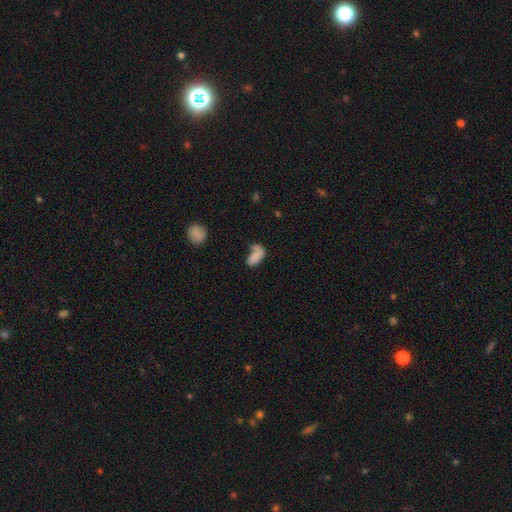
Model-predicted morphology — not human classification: smooth_or_featured: smooth (p=0.75) [alt: featured or disk p=0.15]
how_rounded: in between (p=0.90) [alt: round p=0.05]
merging: none (p=0.34) [alt: major disturbance p=0.24]